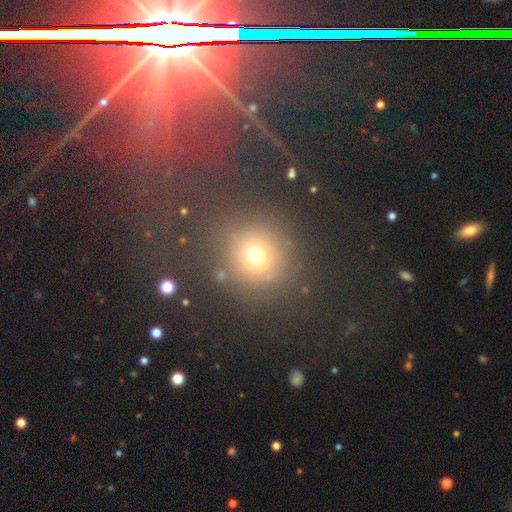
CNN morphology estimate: smooth 69%, star or artifact 22%, featured or disk 9%. Down the decision tree: how rounded — round (89%); merging — none (77%).